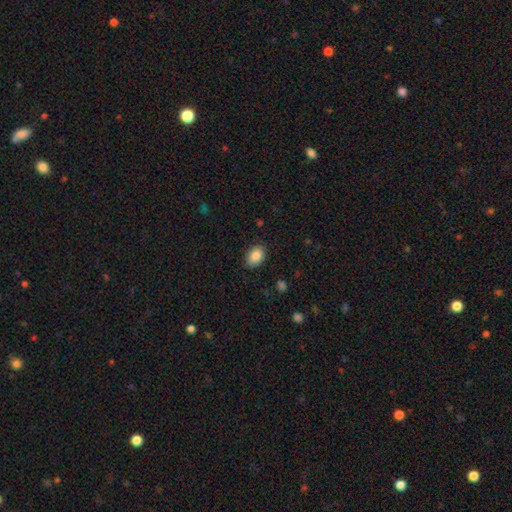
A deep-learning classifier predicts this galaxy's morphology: smooth_or_featured: smooth (p=0.87) [alt: star or artifact p=0.08]
how_rounded: in between (p=0.79) [alt: round p=0.20]
merging: none (p=0.86) [alt: minor disturbance p=0.11]